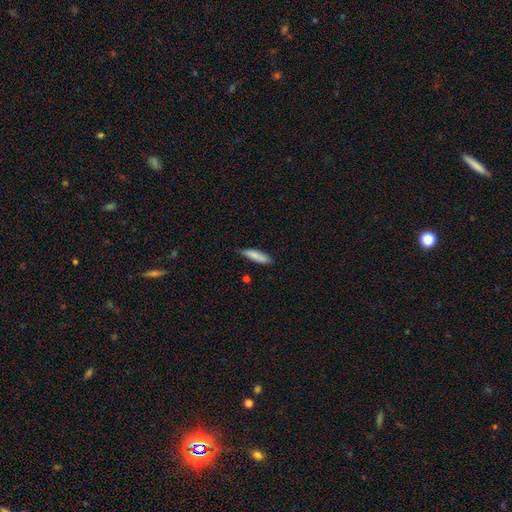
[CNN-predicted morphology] The model was most divided on "how rounded": cigar-shaped: 67%, in between: 32%, round: 1%. More confident: smooth or featured — smooth (84%); merging — none (78%).